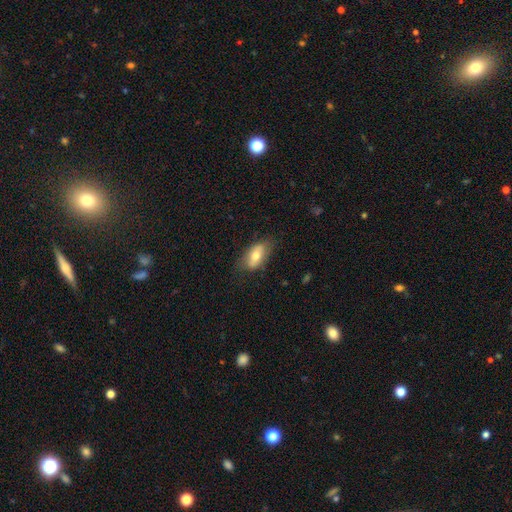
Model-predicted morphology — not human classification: This appears to be a smooth galaxy with no disk features (68%) that is in between round and cigar-shaped (90%). Merging: none (72%).